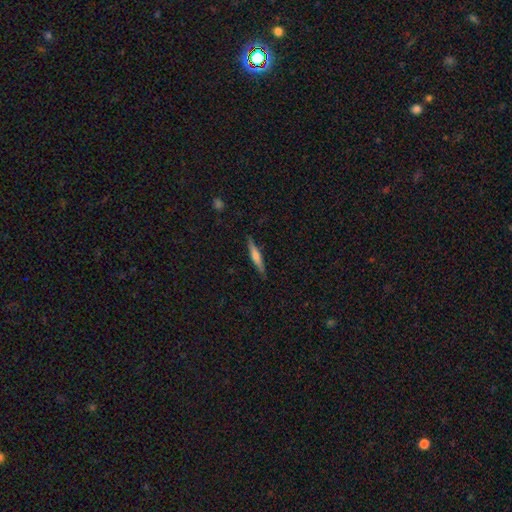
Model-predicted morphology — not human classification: A smooth galaxy with no disk features (47%, tied with featured or disk).

Vote fractions:
- Smooth or featured? smooth: 47% (tied) / featured or disk: 47% (tied) / star or artifact: 6%
- Merging? none: 87% / minor disturbance: 10% / major disturbance: 2% / merger: 1%